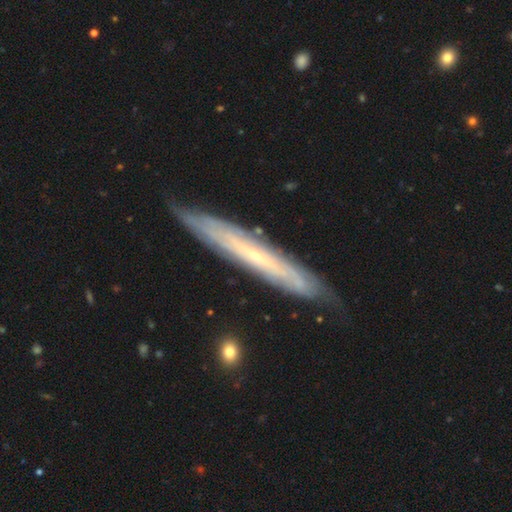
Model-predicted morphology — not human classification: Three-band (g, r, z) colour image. It shows a featured or disk galaxy (73%) viewed edge-on (70%) with no central bulge (60%). Merging: none (81%).